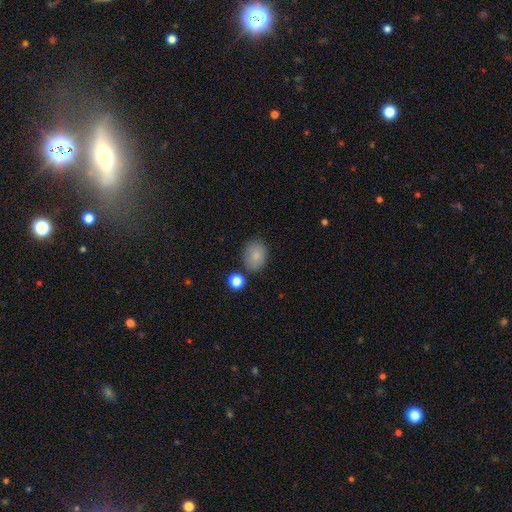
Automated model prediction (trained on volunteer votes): Smooth or featured?
  - smooth: 85% *
  - star or artifact: 8%
  - featured or disk: 7%
How rounded?
  - in between: 67% *
  - round: 32%
  - cigar-shaped: 1%
Merging?
  - none: 77% *
  - minor disturbance: 15%
  - merger: 5%
  - major disturbance: 4%